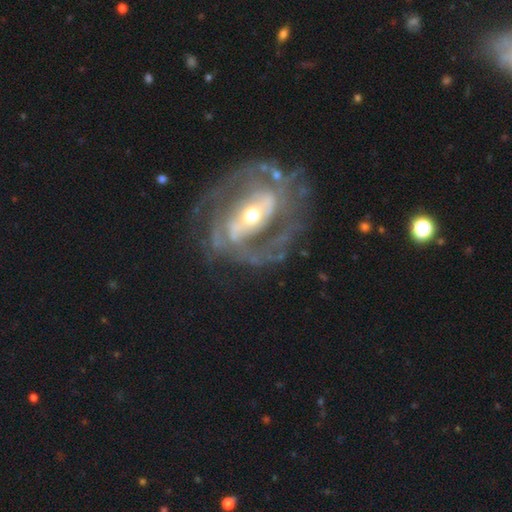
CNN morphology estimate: The model was most divided on "spiral winding" (2-way tie): medium: 43%, tight: 43%, loose: 14%. More confident: edge-on disk — no (96%); spiral arms — yes (93%); smooth or featured — featured or disk (89%); merging — none (69%); spiral arm count — 2 (64%); bulge size — moderate (57%); bar — strong (53%).